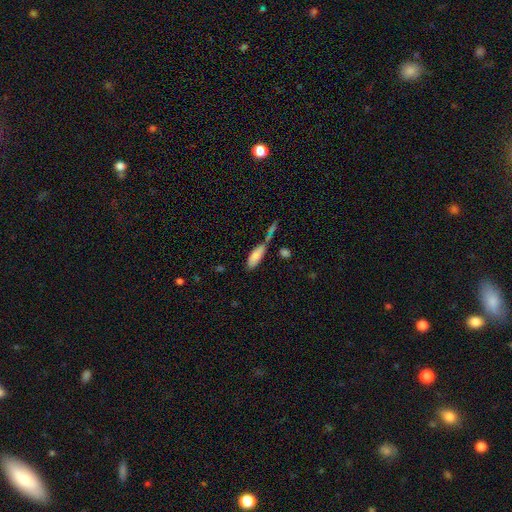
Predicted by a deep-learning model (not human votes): A smooth galaxy with no disk features (82%) that is in between round and cigar-shaped (71%).

Vote fractions:
- Smooth or featured? smooth: 82% / featured or disk: 11% / star or artifact: 7%
- How rounded? in between: 71% / cigar-shaped: 27% / round: 2%
- Merging? none: 53% / merger: 21% / minor disturbance: 21% / major disturbance: 6%